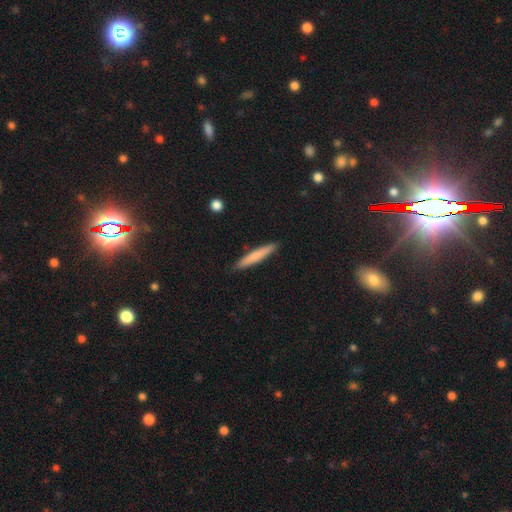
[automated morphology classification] Q: Smooth or featured?
A: smooth (71%); runner-up: featured or disk (23%)
Q: How rounded?
A: cigar-shaped (94%); runner-up: in between (5%)
Q: Merging?
A: none (89%); runner-up: minor disturbance (8%)